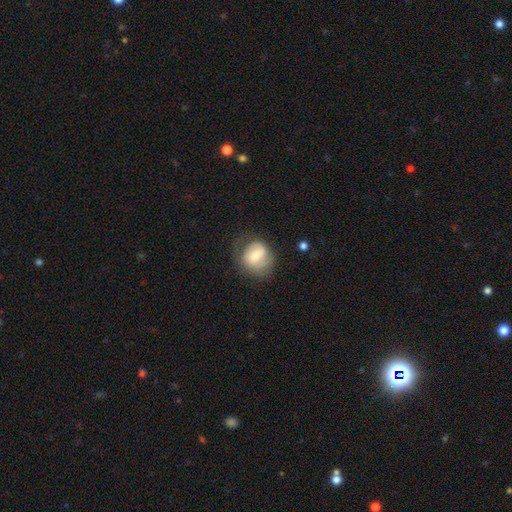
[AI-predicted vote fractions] Q: Smooth or featured?
A: smooth (54%); runner-up: featured or disk (38%)
Q: How rounded?
A: round (71%); runner-up: in between (28%)
Q: Merging?
A: none (54%); runner-up: minor disturbance (26%)